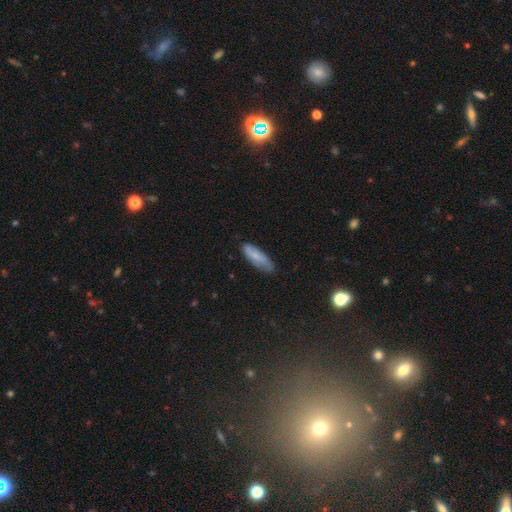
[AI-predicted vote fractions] smooth_or_featured: smooth (p=0.70) [alt: featured or disk p=0.24]
how_rounded: in between (p=0.53) [alt: cigar-shaped p=0.45]
merging: none (p=0.72) [alt: minor disturbance p=0.22]